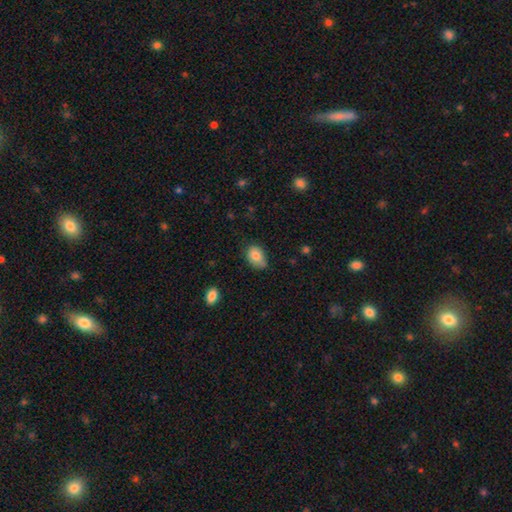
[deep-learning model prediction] smooth 80%, featured or disk 12%, star or artifact 8%. Down the decision tree: how rounded — in between (79%); merging — none (53%).